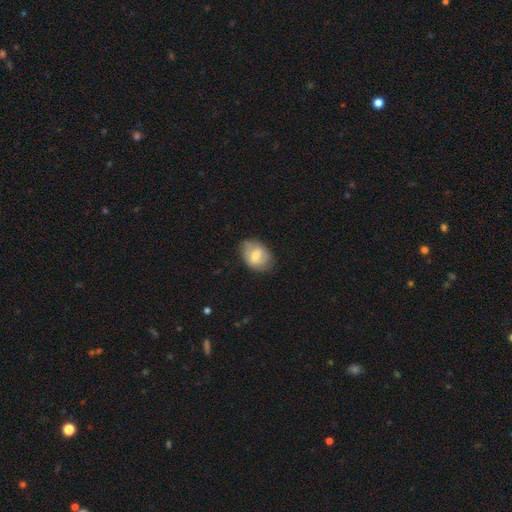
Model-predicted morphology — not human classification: Smooth or featured? smooth (58%)
How rounded? in between (74%)
Merging? none (70%)